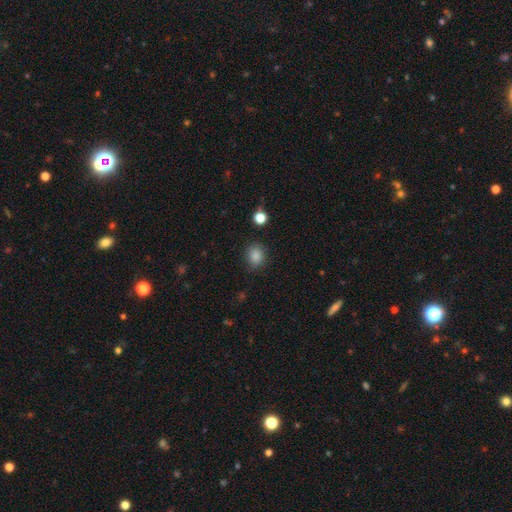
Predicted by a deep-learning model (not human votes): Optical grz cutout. It shows a smooth galaxy with no disk features (85%) that is round (67%). Merging: none (84%).